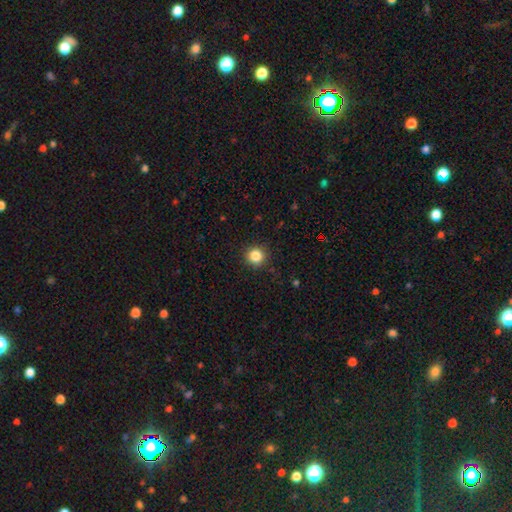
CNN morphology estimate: smooth 85%, star or artifact 11%, featured or disk 4%. Down the decision tree: how rounded — round (95%); merging — none (91%).